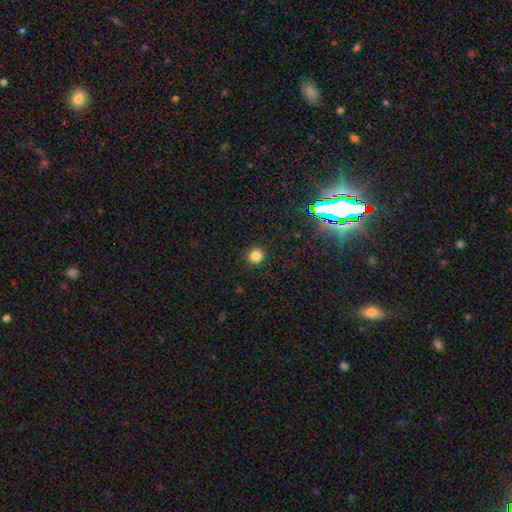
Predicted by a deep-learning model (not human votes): Morphology: type=smooth (80%); roundness=round (92%); merging=none (91%).